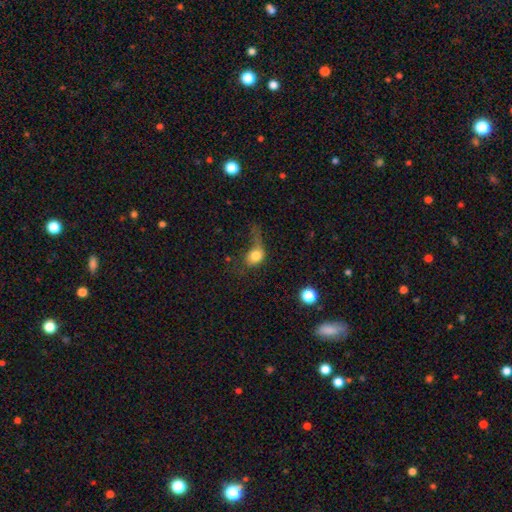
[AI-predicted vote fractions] Smooth or featured?
  - smooth: 71% *
  - featured or disk: 19%
  - star or artifact: 10%
How rounded?
  - round: 52% *
  - in between: 46%
  - cigar-shaped: 2%
Merging?
  - major disturbance: 56% *
  - none: 19%
  - minor disturbance: 19%
  - merger: 6%